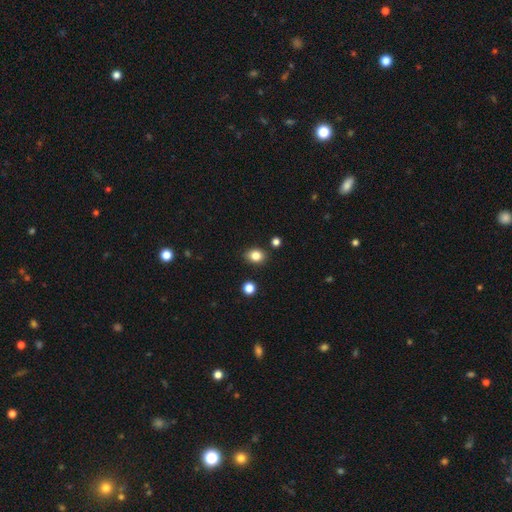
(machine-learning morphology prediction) Smooth or featured?
  - smooth: 83% *
  - star or artifact: 11%
  - featured or disk: 6%
How rounded?
  - in between: 53% *
  - round: 46%
  - cigar-shaped: 1%
Merging?
  - none: 86% *
  - minor disturbance: 9%
  - merger: 3%
  - major disturbance: 2%